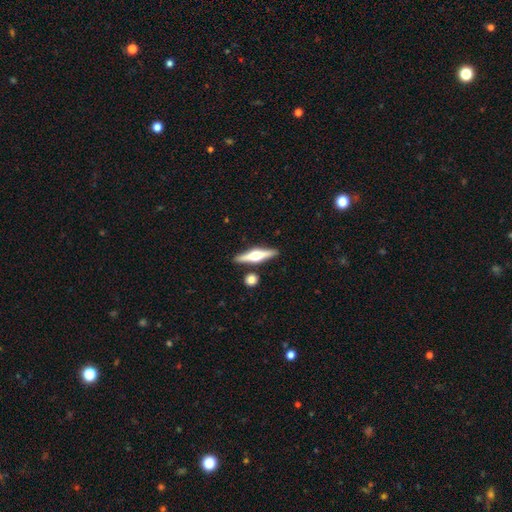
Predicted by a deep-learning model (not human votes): Smooth or featured?
  - featured or disk: 69% *
  - smooth: 25%
  - star or artifact: 6%
Edge-on disk?
  - yes: 97% *
  - no: 3%
Edge-on bulge?
  - rounded: 93% *
  - boxy: 5%
  - none: 2%
Merging?
  - none: 85% *
  - minor disturbance: 8%
  - merger: 5%
  - major disturbance: 2%